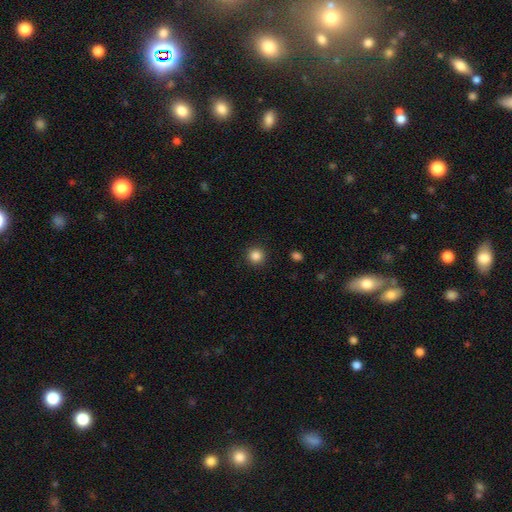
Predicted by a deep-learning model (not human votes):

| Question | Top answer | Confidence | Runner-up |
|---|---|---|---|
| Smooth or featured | smooth | 85% | star or artifact (11%) |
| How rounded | round | 95% | in between (4%) |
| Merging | none | 92% | minor disturbance (5%) |